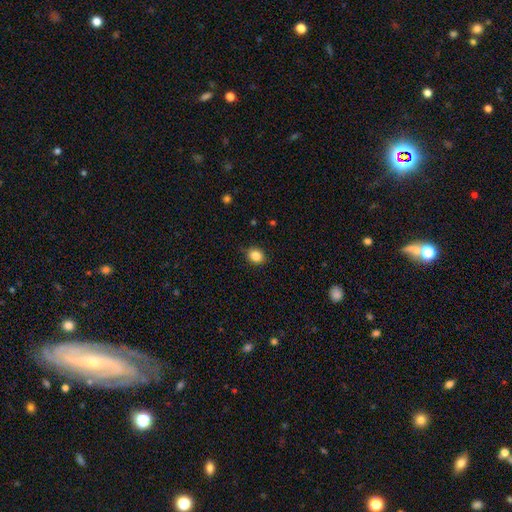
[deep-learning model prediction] This is clearly a smooth galaxy (86%). How rounded: possibly round (54%). Merging: clearly none (85%).